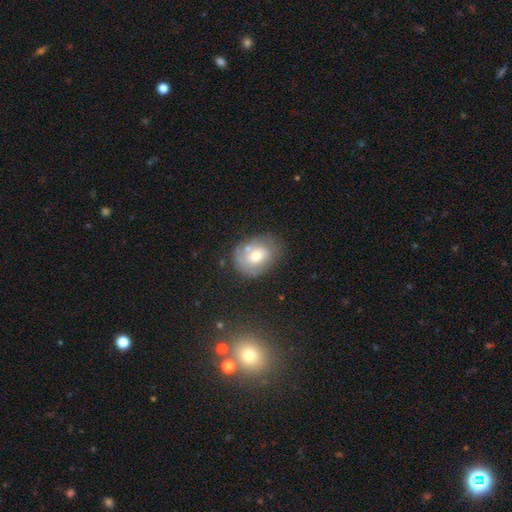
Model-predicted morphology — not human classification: Smooth or featured? smooth (53%)
How rounded? in between (62%)
Merging? none (59%)